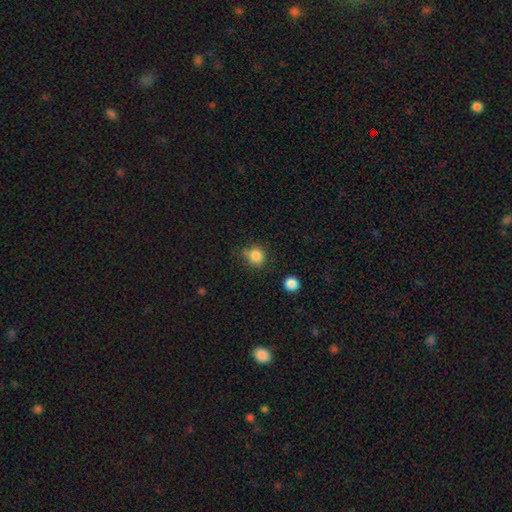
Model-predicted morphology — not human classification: This is clearly a smooth galaxy (84%). How rounded: clearly round (85%). Merging: likely none (66%).